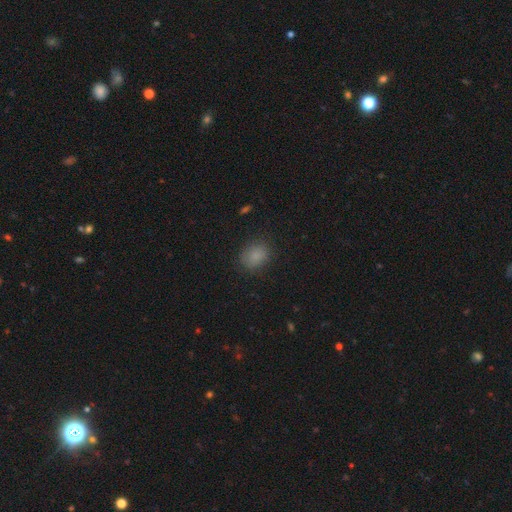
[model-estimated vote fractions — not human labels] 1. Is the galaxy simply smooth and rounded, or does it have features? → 85% smooth, 11% star or artifact, 5% featured or disk.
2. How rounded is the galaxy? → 51% round, 48% in between, 1% cigar-shaped.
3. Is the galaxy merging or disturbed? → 81% none, 14% minor disturbance, 4% major disturbance, 1% merger.